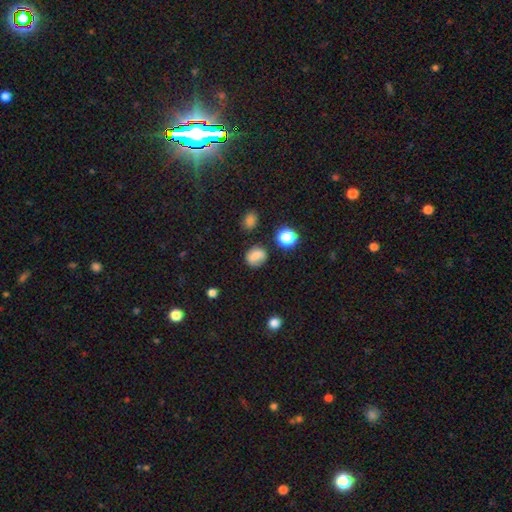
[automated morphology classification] Overall: smooth (74%). How rounded: round (64%; in between 34%). Merging: none (73%).